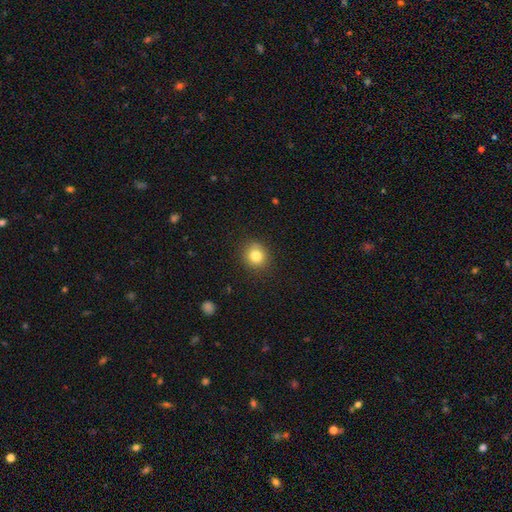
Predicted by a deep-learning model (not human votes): Overall: smooth (82%). How rounded: round (86%). Merging: none (89%).